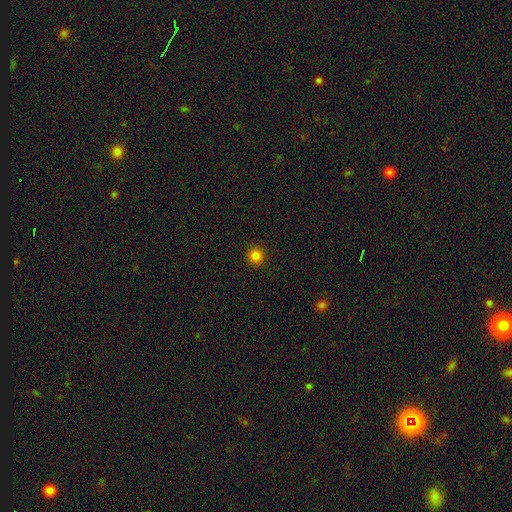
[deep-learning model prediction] Smooth or featured? Predicted: smooth (p=0.82). How rounded? Predicted: round (p=0.95). Merging? Predicted: none (p=0.93).